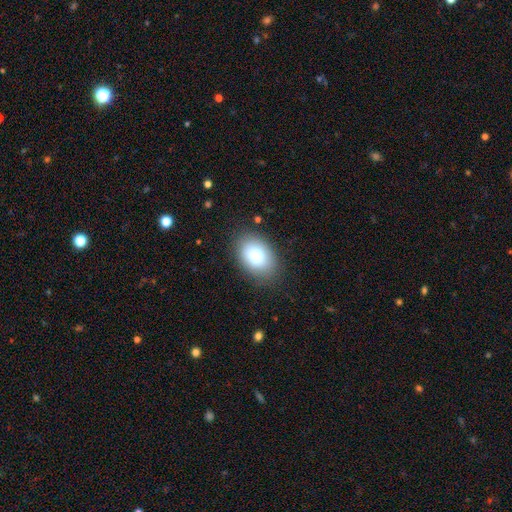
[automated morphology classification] smooth_or_featured: smooth (p=0.80) [alt: featured or disk p=0.11]
how_rounded: in between (p=0.83) [alt: round p=0.16]
merging: none (p=0.84) [alt: minor disturbance p=0.12]